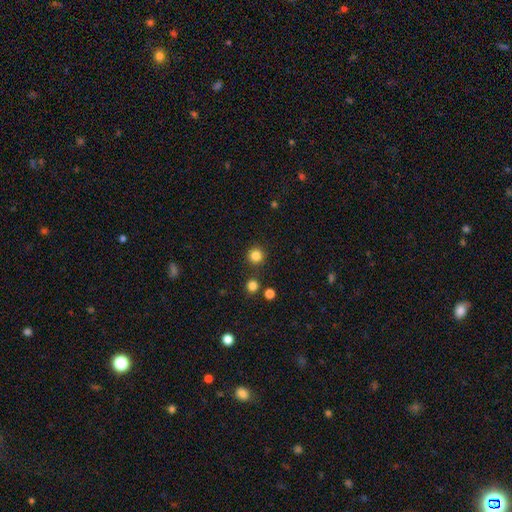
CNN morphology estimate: The model was most divided on "smooth or featured": smooth: 84%, star or artifact: 12%, featured or disk: 4%. More confident: how rounded — round (95%); merging — none (89%).